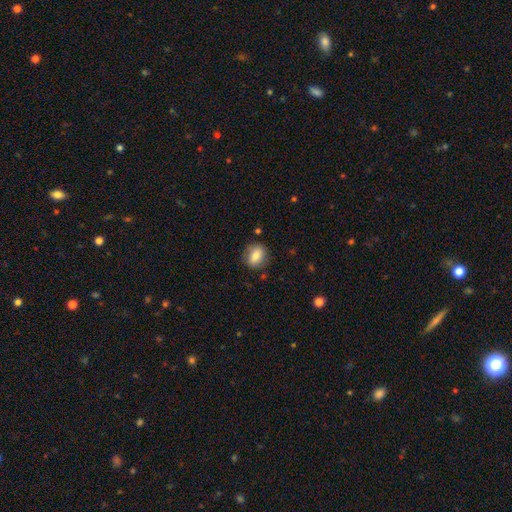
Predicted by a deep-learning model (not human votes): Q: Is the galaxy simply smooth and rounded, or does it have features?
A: smooth — 76%.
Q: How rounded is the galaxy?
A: in between — 58%.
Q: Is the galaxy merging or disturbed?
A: none — 79%.